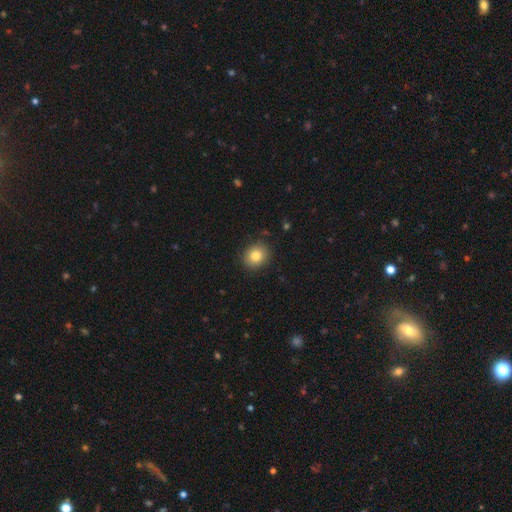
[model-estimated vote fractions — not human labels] Smooth or featured: smooth — 82% (star or artifact — 10%)
How rounded: round — 72% (in between — 27%)
Merging: none — 88% (minor disturbance — 9%)